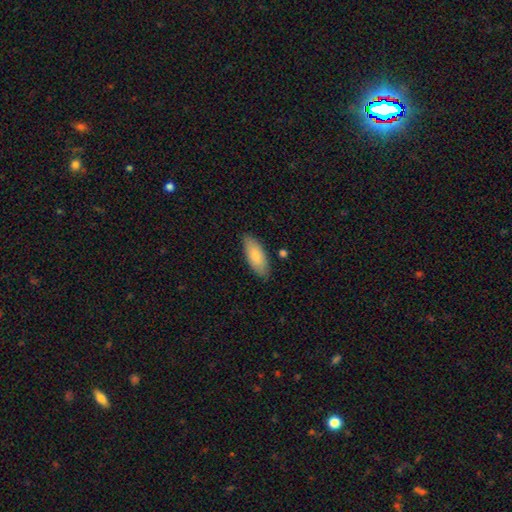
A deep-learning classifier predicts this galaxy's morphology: smooth_or_featured: smooth (p=0.79) [alt: featured or disk p=0.15]
how_rounded: in between (p=0.81) [alt: cigar-shaped p=0.17]
merging: none (p=0.83) [alt: minor disturbance p=0.13]